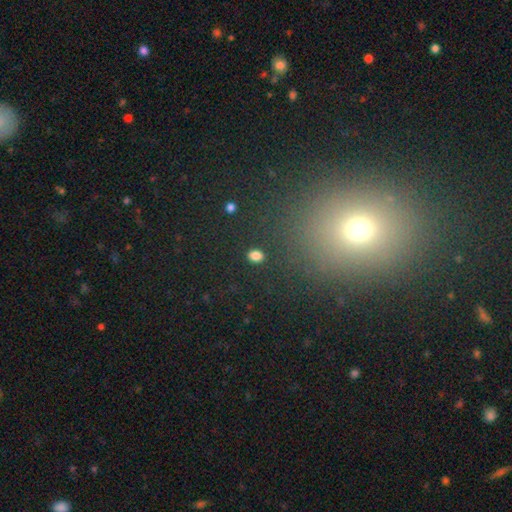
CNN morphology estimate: A smooth galaxy with no disk features (82%) that is in between round and cigar-shaped (64%). Merging: none (88%).